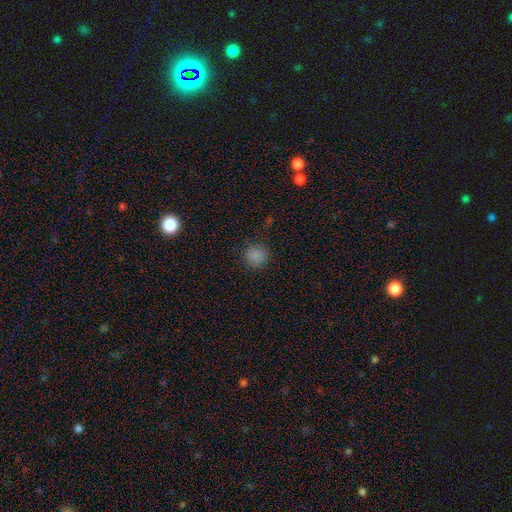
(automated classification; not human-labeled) smooth-or-featured: smooth: 83% | star or artifact: 13% | featured or disk: 4%
  how-rounded: round: 90% | in between: 9% | cigar-shaped: 1%
  merging: none: 86% | minor disturbance: 10% | major disturbance: 3% | merger: 1%